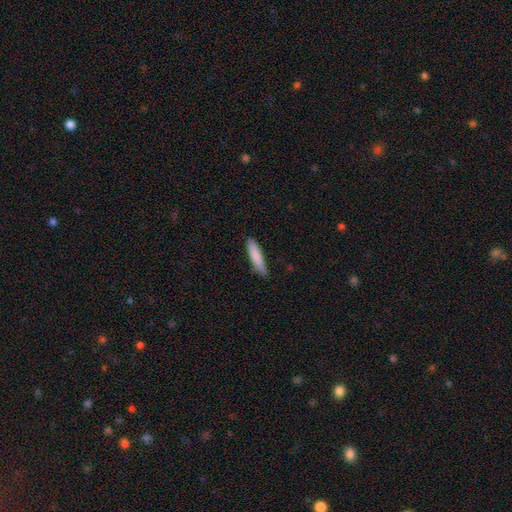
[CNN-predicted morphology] type=smooth (85%); roundness=cigar-shaped (79%); merging=none (82%).